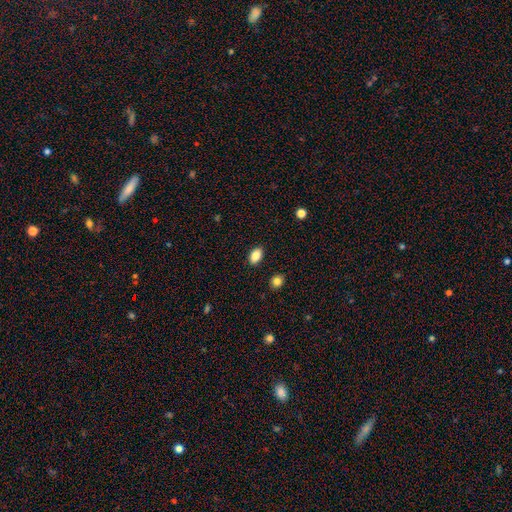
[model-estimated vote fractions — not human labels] This is clearly a smooth galaxy (86%). How rounded: clearly in between (88%). Merging: clearly none (89%).